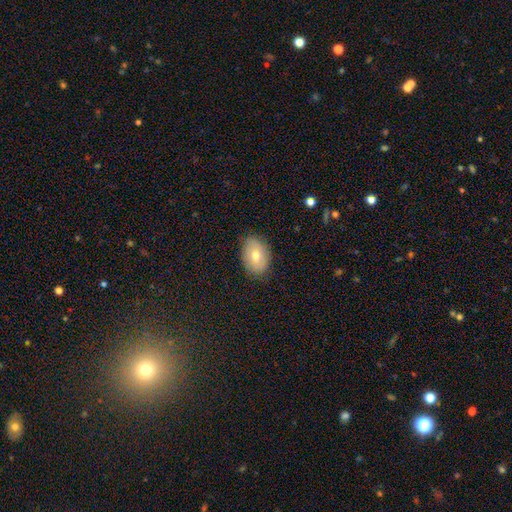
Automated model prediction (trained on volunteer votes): Smooth or featured? smooth (69%)
How rounded? in between (81%)
Merging? none (84%)